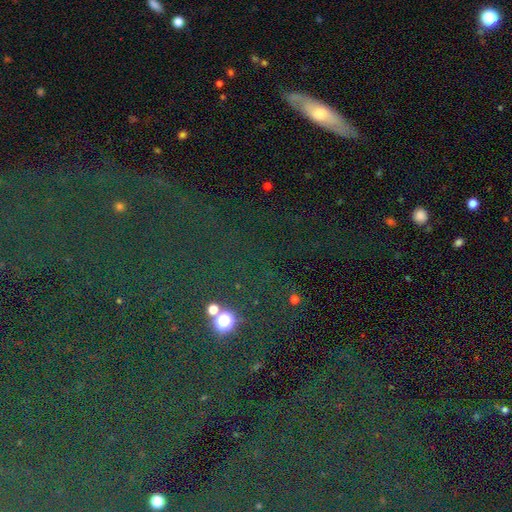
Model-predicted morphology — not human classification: Overall: star or artifact (58%; featured or disk 23%).